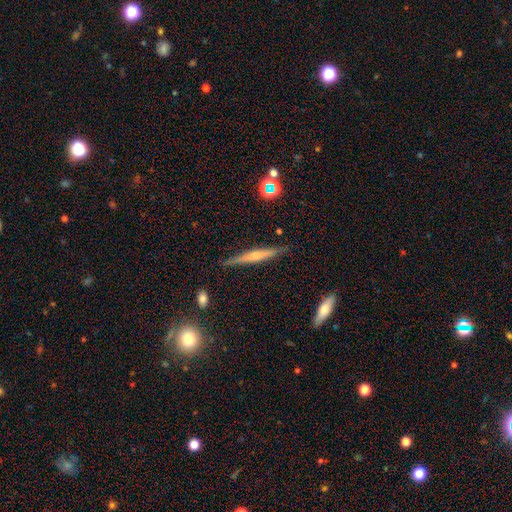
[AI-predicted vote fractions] Overall: featured or disk (57%; smooth 36%). Edge-on disk: yes (97%). Edge-on bulge: rounded (60%; none 29%). Merging: none (86%).